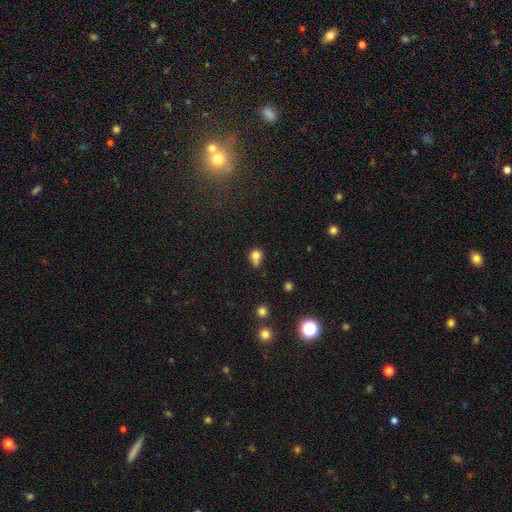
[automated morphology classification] Smooth or featured? Predicted: smooth (p=0.75). How rounded? Predicted: round (p=0.64). Merging? Predicted: none (p=0.38).